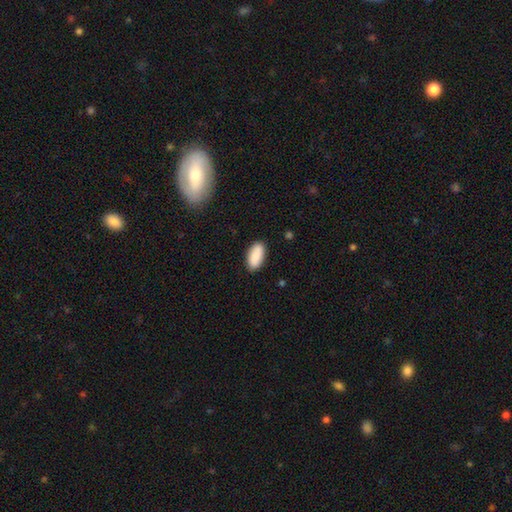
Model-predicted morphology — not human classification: Smooth or featured? smooth (88%)
How rounded? in between (92%)
Merging? none (87%)